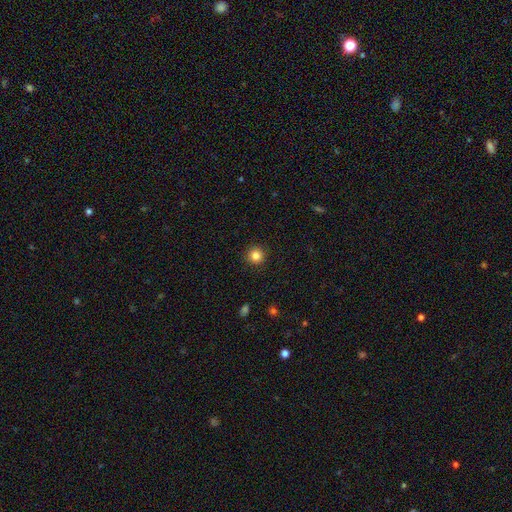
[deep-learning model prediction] Smooth or featured?
  - smooth: 84% *
  - star or artifact: 11%
  - featured or disk: 5%
How rounded?
  - round: 95% *
  - in between: 4%
  - cigar-shaped: 1%
Merging?
  - none: 92% *
  - minor disturbance: 5%
  - major disturbance: 2%
  - merger: 1%